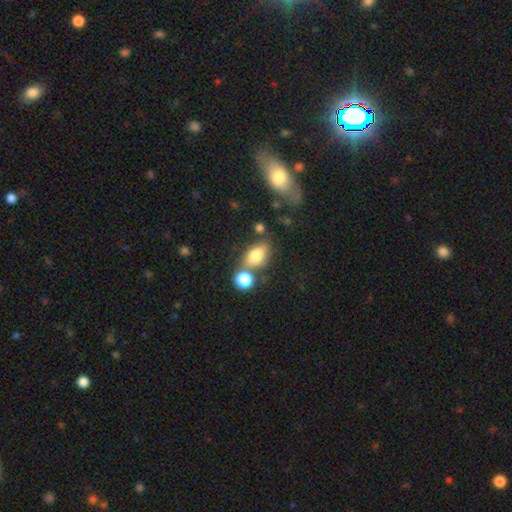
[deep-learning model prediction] Smooth or featured? smooth (76%)
How rounded? in between (82%)
Merging? none (54%)